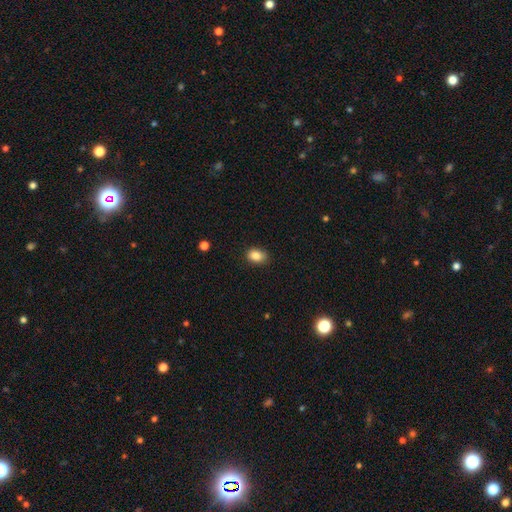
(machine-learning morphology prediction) Smooth or featured? Predicted: smooth (p=0.86). How rounded? Predicted: in between (p=0.73). Merging? Predicted: none (p=0.83).